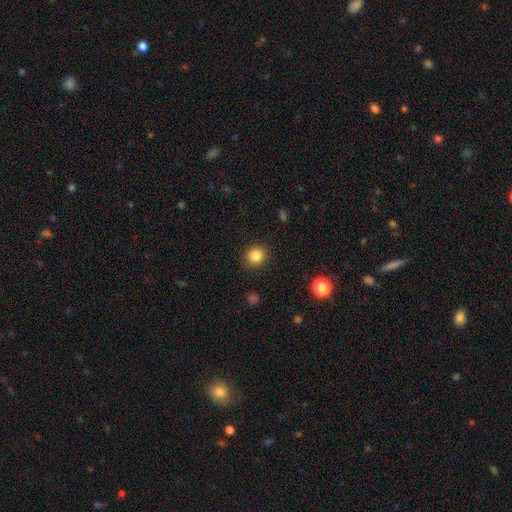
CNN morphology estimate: This appears to be a smooth galaxy with no disk features (85%) that is round (86%). Merging: none (90%).